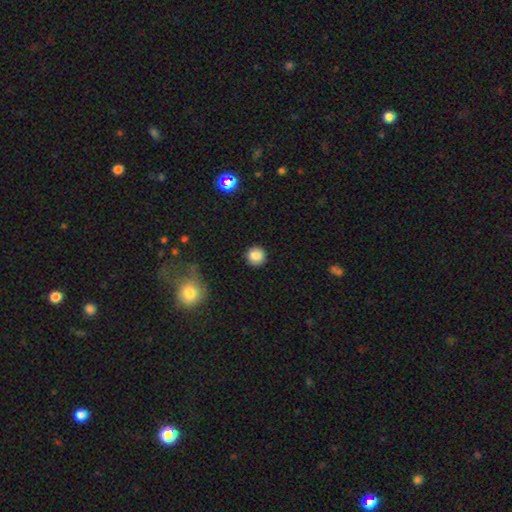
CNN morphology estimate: Overall: smooth (86%). How rounded: round (93%). Merging: none (90%).